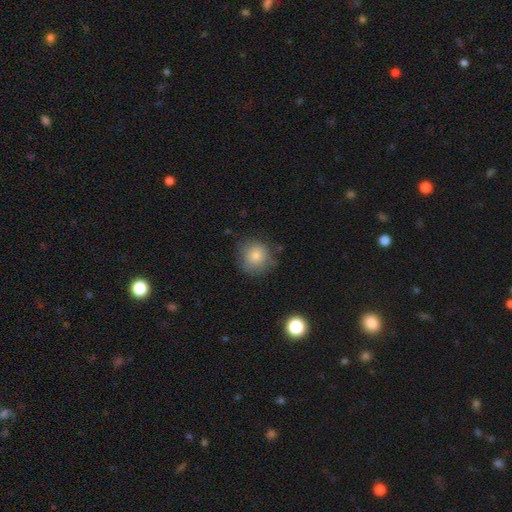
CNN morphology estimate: Smooth or featured? smooth (80%)
How rounded? round (91%)
Merging? none (75%)